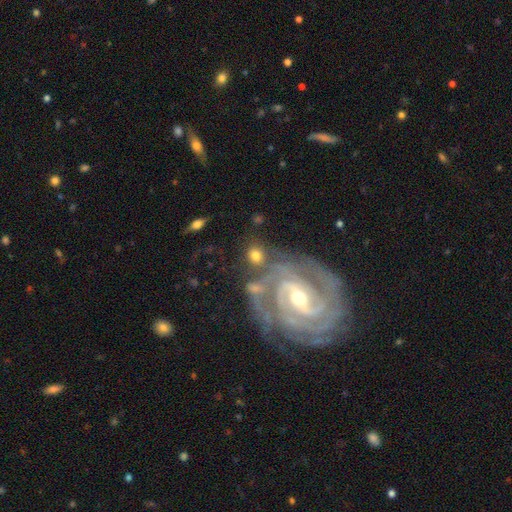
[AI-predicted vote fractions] Smooth or featured? smooth (54%)
How rounded? round (71%)
Merging? none (63%)